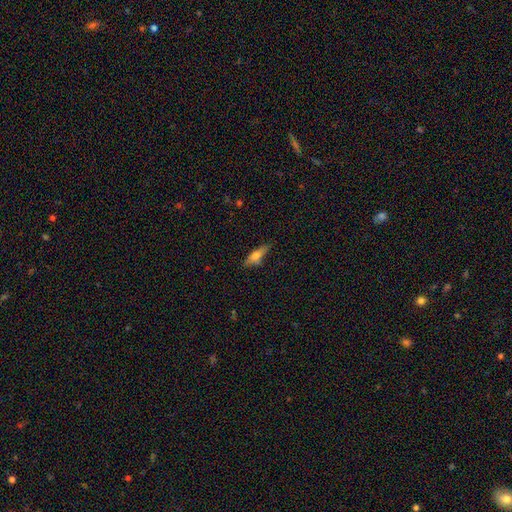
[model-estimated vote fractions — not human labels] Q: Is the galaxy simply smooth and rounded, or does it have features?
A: smooth — 55%.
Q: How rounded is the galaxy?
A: cigar-shaped — 60%.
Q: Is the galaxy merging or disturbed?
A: none — 75%.